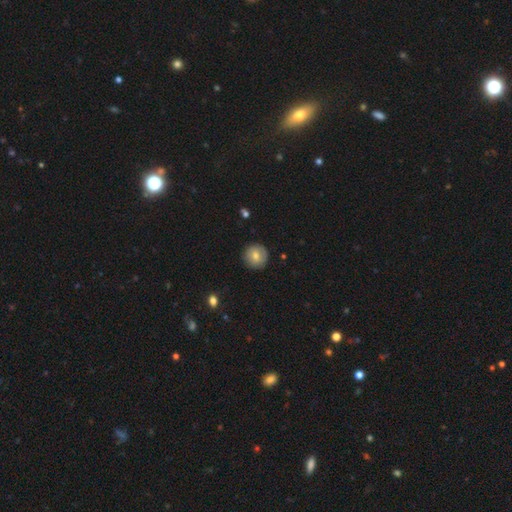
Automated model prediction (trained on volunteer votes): Overall: smooth (72%). How rounded: round (94%). Merging: none (89%).